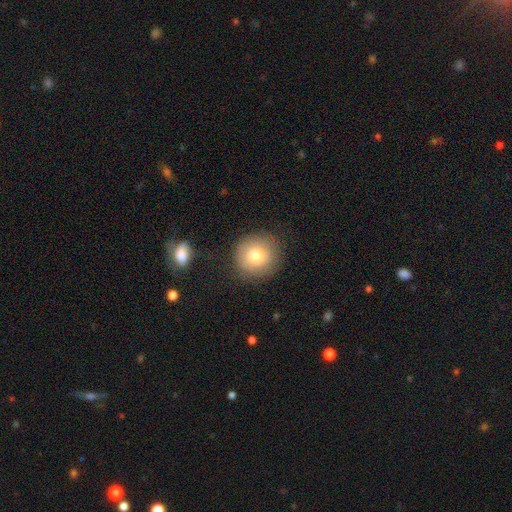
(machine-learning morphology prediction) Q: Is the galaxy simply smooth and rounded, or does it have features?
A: smooth — 78%.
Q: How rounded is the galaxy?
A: round — 92%.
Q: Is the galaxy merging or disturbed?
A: none — 84%.